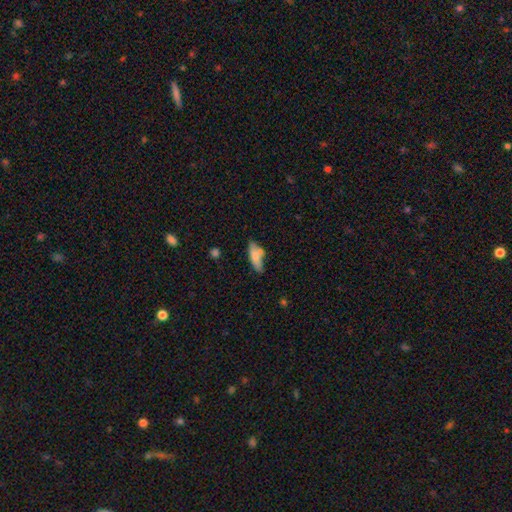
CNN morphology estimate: Smooth or featured?
  - smooth: 72% *
  - featured or disk: 21%
  - star or artifact: 7%
How rounded?
  - in between: 58% *
  - cigar-shaped: 40%
  - round: 2%
Merging?
  - none: 60% *
  - minor disturbance: 20%
  - merger: 15%
  - major disturbance: 5%